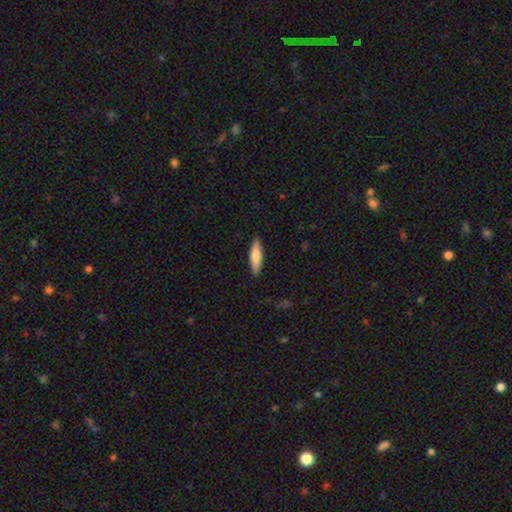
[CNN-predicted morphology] Q: Smooth or featured?
A: smooth (71%); runner-up: featured or disk (24%)
Q: How rounded?
A: cigar-shaped (68%); runner-up: in between (30%)
Q: Merging?
A: none (89%); runner-up: minor disturbance (8%)